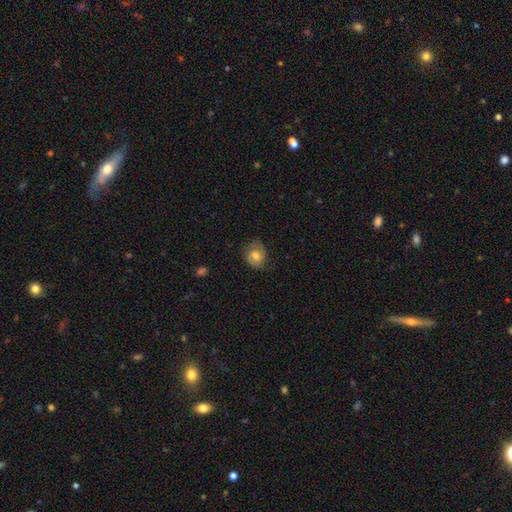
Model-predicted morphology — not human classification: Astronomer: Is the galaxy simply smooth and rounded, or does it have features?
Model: smooth — 68%.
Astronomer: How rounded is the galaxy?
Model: round — 56% (runner-up: in between, 43%).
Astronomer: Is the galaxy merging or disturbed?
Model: none — 64%.